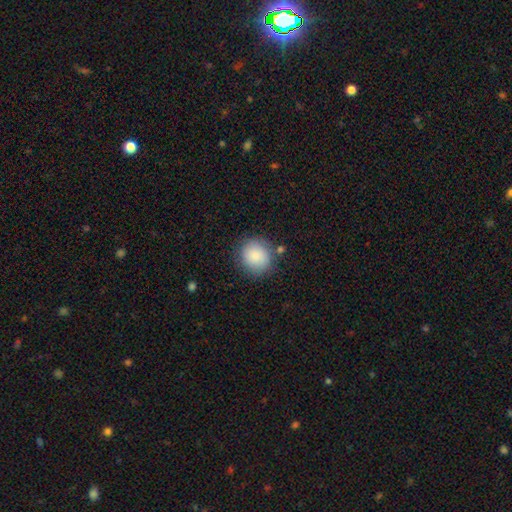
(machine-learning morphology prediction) This is clearly a smooth galaxy (86%). How rounded: clearly round (89%). Merging: clearly none (81%).